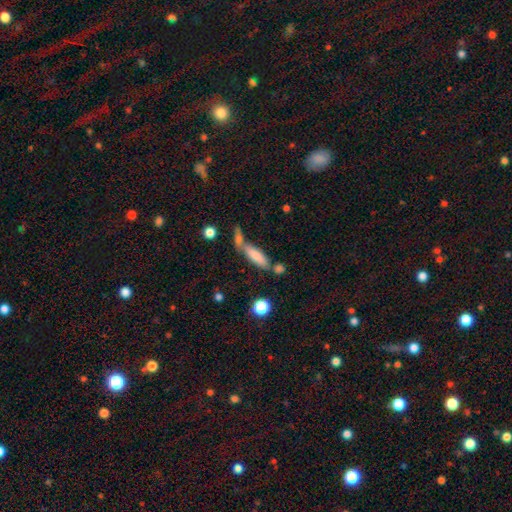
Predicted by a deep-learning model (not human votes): Q: Smooth or featured?
A: smooth (75%); runner-up: featured or disk (18%)
Q: How rounded?
A: cigar-shaped (49%); runner-up: in between (48%)
Q: Merging?
A: none (48%); runner-up: merger (34%)